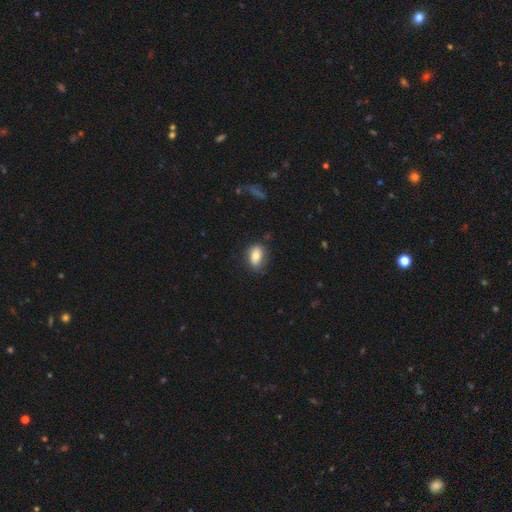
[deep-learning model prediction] Smooth or featured?
  - smooth: 77% *
  - featured or disk: 15%
  - star or artifact: 8%
How rounded?
  - in between: 84% *
  - round: 14%
  - cigar-shaped: 2%
Merging?
  - none: 75% *
  - minor disturbance: 19%
  - major disturbance: 5%
  - merger: 2%